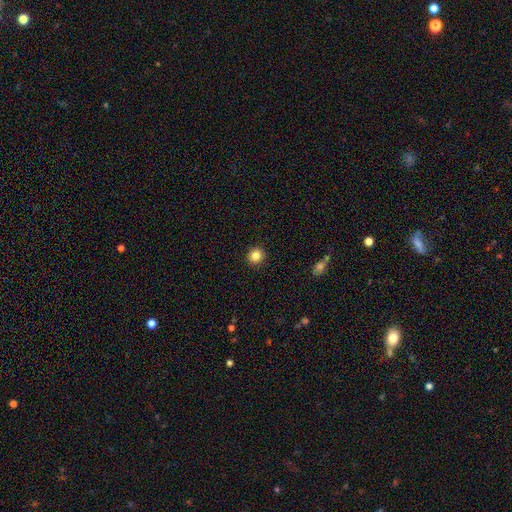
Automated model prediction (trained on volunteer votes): Smooth or featured? smooth (84%)
How rounded? round (92%)
Merging? none (93%)